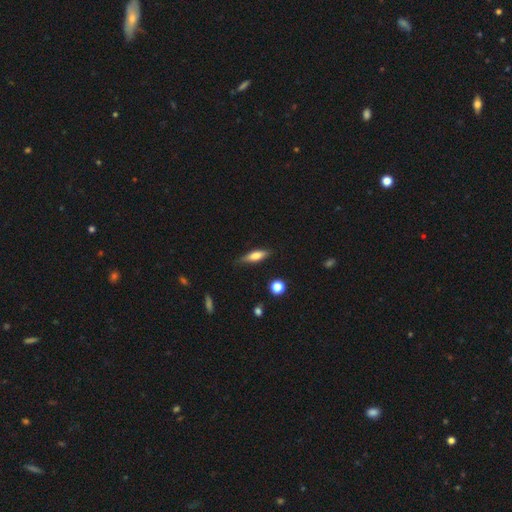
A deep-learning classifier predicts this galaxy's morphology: smooth_or_featured: smooth (p=0.63) [alt: featured or disk p=0.30]
how_rounded: cigar-shaped (p=0.53) [alt: in between p=0.44]
merging: none (p=0.77) [alt: minor disturbance p=0.18]